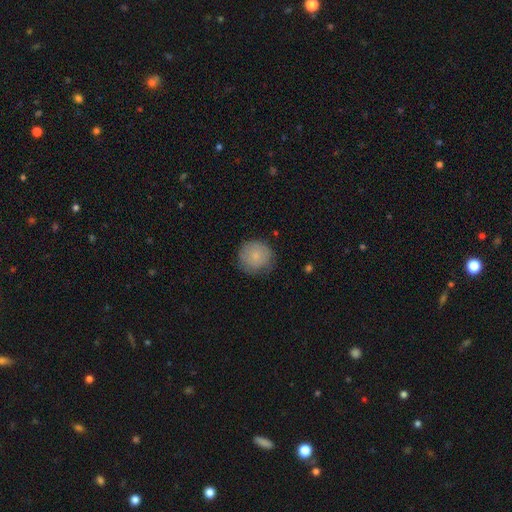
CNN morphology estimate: This appears to be a smooth galaxy with no disk features (78%) that is round (94%). Merging: none (76%).